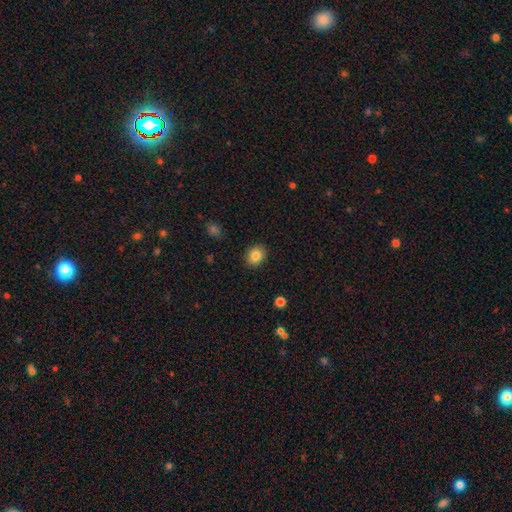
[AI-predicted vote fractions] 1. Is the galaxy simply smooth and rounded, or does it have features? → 84% smooth, 9% star or artifact, 7% featured or disk.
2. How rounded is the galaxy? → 59% round, 41% in between, 1% cigar-shaped.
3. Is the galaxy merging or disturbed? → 90% none, 7% minor disturbance, 2% major disturbance, 1% merger.